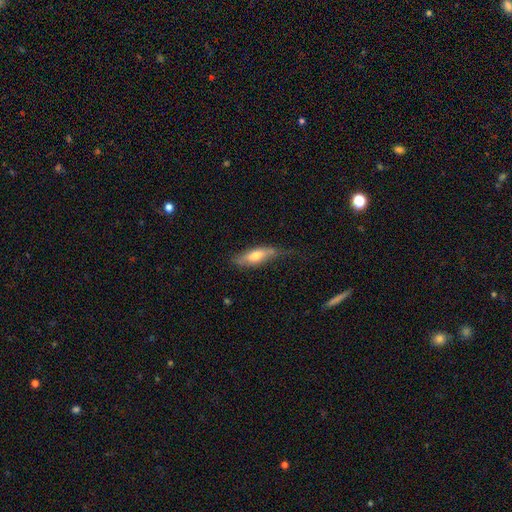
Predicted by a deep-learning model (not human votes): This appears to be a smooth galaxy with no disk features (61%) that is in between round and cigar-shaped (51%). Merging: none (53%).